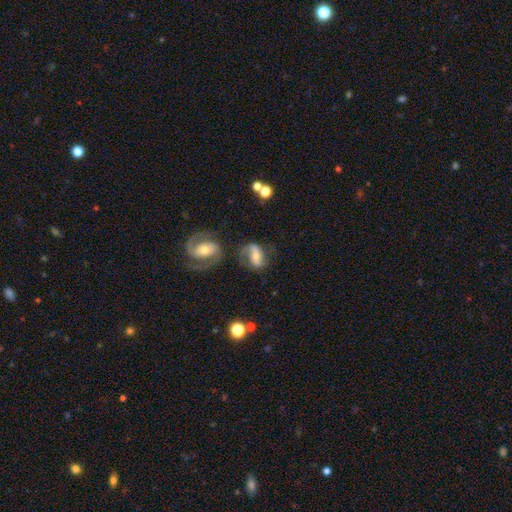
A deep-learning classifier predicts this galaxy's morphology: Q: Smooth or featured?
A: featured or disk (61%); runner-up: smooth (30%)
Q: Edge-on disk?
A: no (94%); runner-up: yes (6%)
Q: Bar?
A: strong (43%); runner-up: weak (32%)
Q: Spiral arms?
A: yes (87%); runner-up: no (13%)
Q: Bulge size?
A: moderate (50%); runner-up: small (39%)
Q: Merging?
A: none (57%); runner-up: minor disturbance (19%)